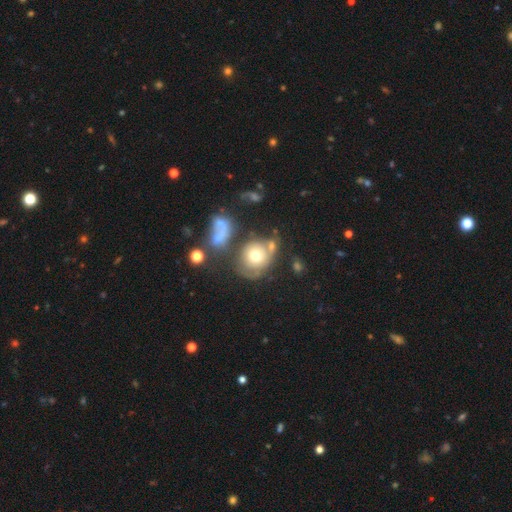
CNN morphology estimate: Q: Smooth or featured?
A: smooth (60%); runner-up: featured or disk (29%)
Q: How rounded?
A: round (77%); runner-up: in between (22%)
Q: Merging?
A: none (40%); runner-up: merger (28%)